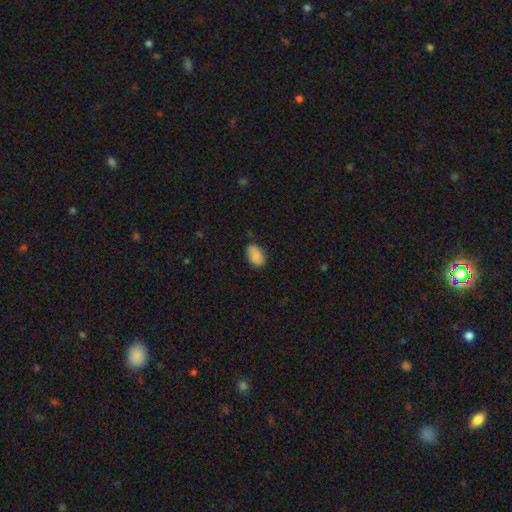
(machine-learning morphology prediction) Q: Smooth or featured?
A: smooth (86%); runner-up: star or artifact (7%)
Q: How rounded?
A: in between (88%); runner-up: round (10%)
Q: Merging?
A: none (75%); runner-up: minor disturbance (20%)